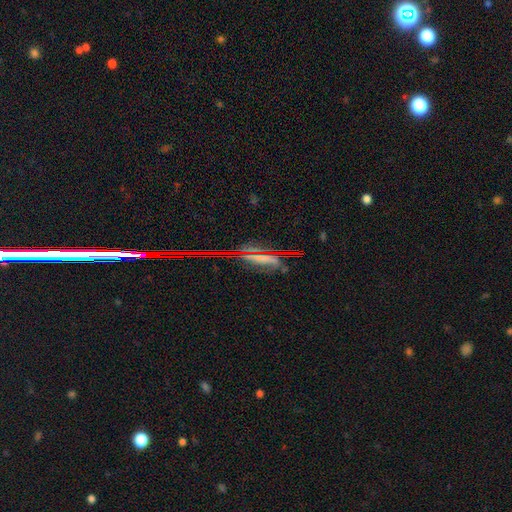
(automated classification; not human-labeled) This is possibly a star or artifact rather than a galaxy (56%).